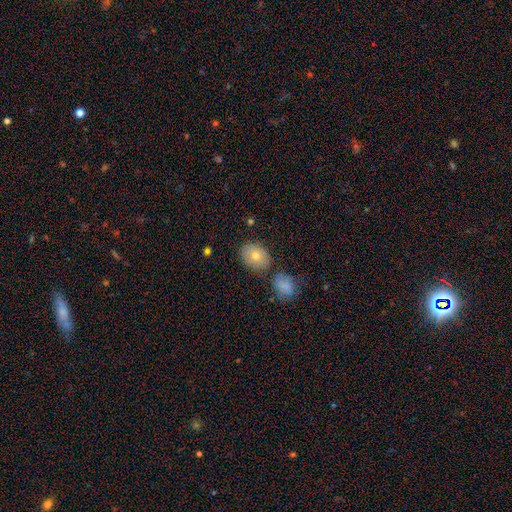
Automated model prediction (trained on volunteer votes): Smooth or featured? Predicted: smooth (p=0.74). How rounded? Predicted: in between (p=0.59). Merging? Predicted: none (p=0.70).